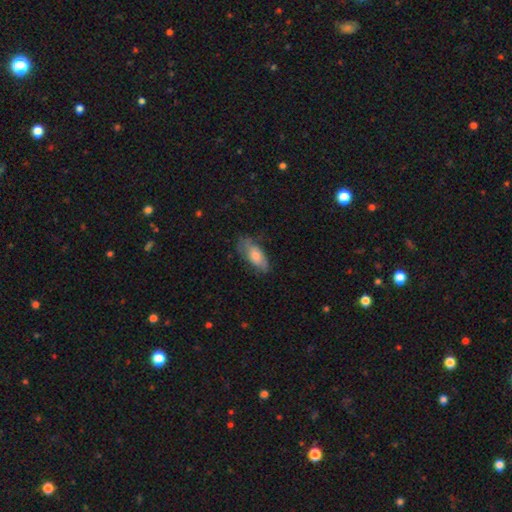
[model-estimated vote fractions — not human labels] Morphology: type=smooth (62%); roundness=in between (80%); merging=none (63%).